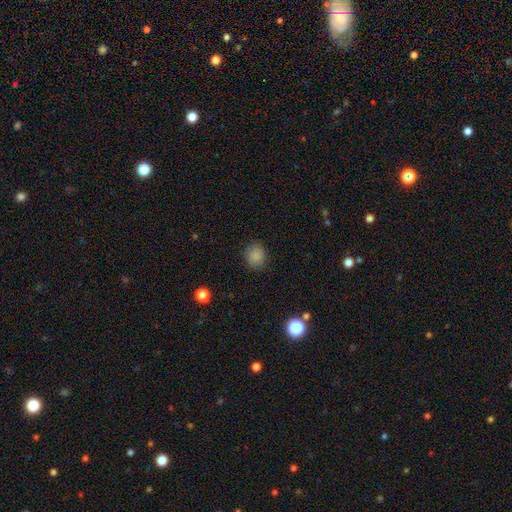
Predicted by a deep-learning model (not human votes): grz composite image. It shows a smooth galaxy with no disk features (85%) that is round (77%). Merging: none (86%).